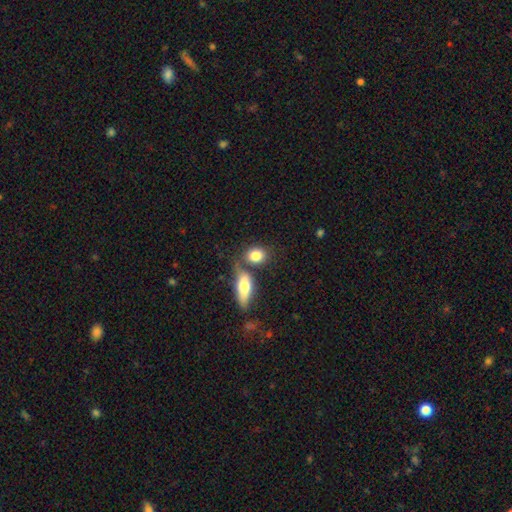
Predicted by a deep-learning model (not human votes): Smooth or featured? smooth (82%)
How rounded? round (48%)
Merging? none (55%)